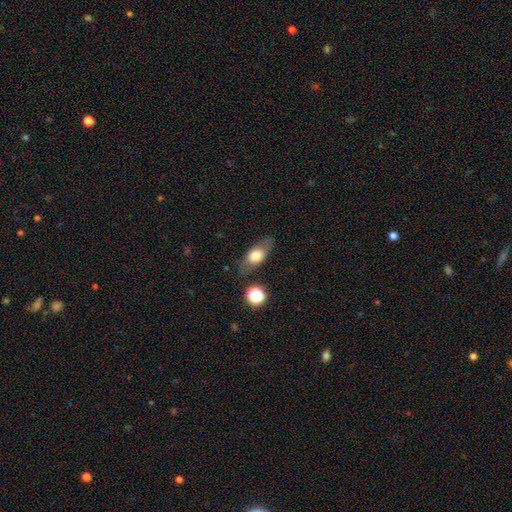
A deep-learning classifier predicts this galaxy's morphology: Smooth or featured? Predicted: smooth (p=0.62). How rounded? Predicted: in between (p=0.73). Merging? Predicted: none (p=0.75).